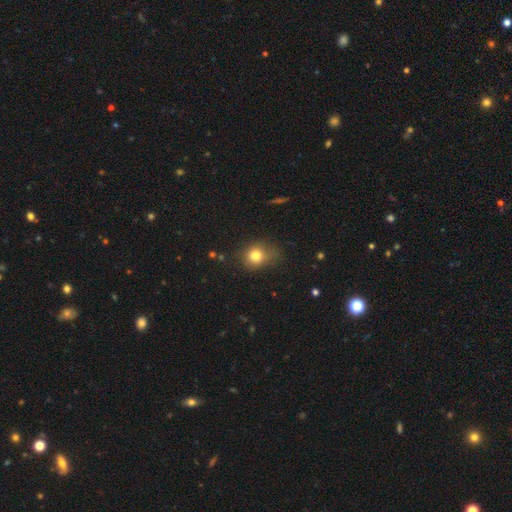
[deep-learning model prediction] smooth 78%, star or artifact 13%, featured or disk 9%. Down the decision tree: how rounded — round (66%); merging — none (64%).